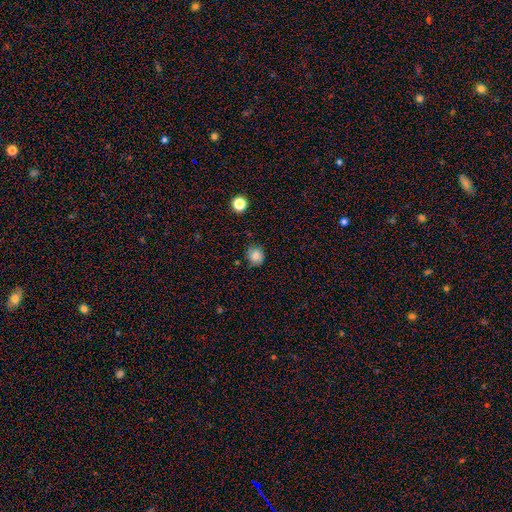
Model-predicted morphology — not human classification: smooth_or_featured: smooth (p=0.77) [alt: featured or disk p=0.12]
how_rounded: round (p=0.80) [alt: in between p=0.19]
merging: none (p=0.74) [alt: minor disturbance p=0.20]